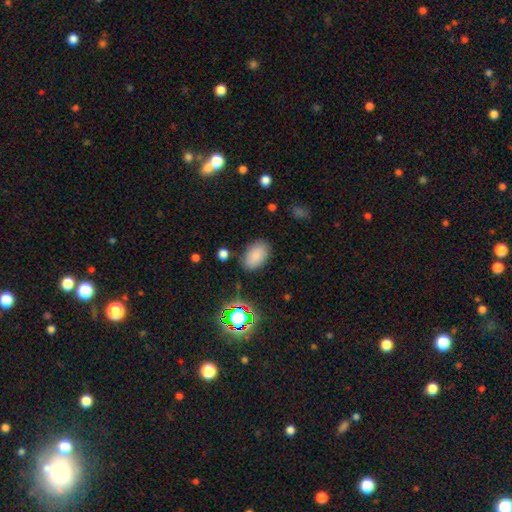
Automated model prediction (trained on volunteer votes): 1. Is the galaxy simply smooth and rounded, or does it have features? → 82% smooth, 12% star or artifact, 6% featured or disk.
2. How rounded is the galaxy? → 90% in between, 9% round, 1% cigar-shaped.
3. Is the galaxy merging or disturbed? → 81% none, 13% minor disturbance, 4% major disturbance, 3% merger.